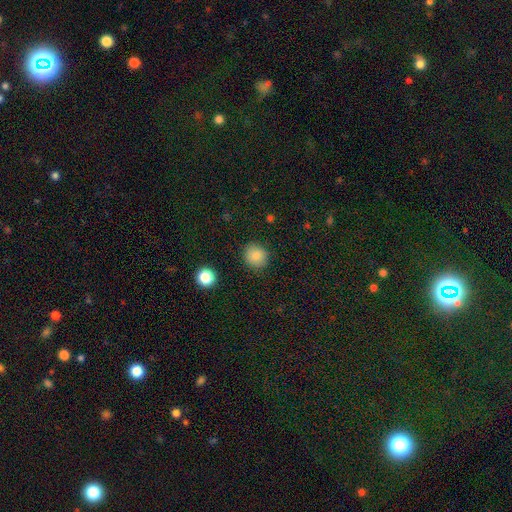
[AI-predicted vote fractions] Smooth or featured: smooth — 85% (star or artifact — 10%)
How rounded: round — 88% (in between — 12%)
Merging: none — 88% (minor disturbance — 8%)